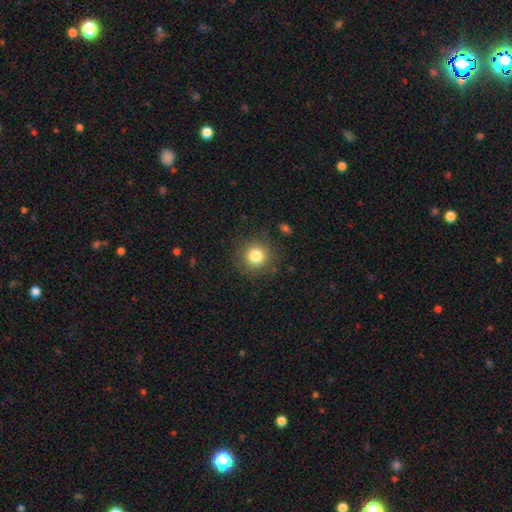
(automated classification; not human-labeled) This appears to be a smooth galaxy with no disk features (82%) that is round (93%). Merging: none (87%).